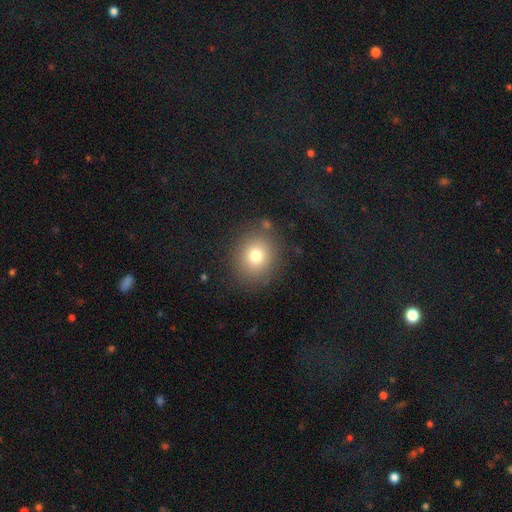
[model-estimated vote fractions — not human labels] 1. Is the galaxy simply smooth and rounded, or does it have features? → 76% smooth, 13% star or artifact, 11% featured or disk.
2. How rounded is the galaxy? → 83% round, 16% in between, 1% cigar-shaped.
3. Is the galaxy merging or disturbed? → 84% none, 9% minor disturbance, 4% major disturbance, 2% merger.